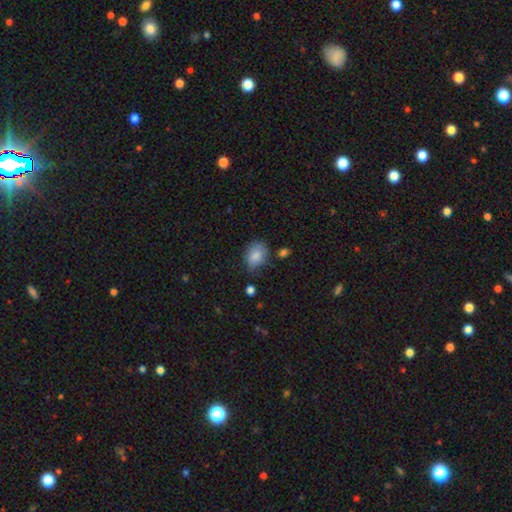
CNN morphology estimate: Smooth or featured? Predicted: smooth (p=0.83). How rounded? Predicted: in between (p=0.68). Merging? Predicted: none (p=0.63).